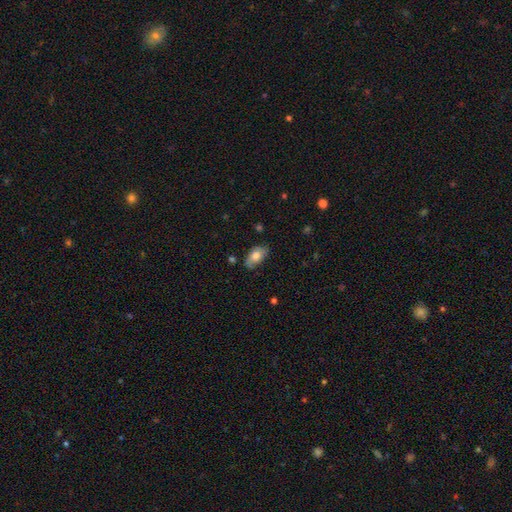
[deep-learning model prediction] Morphology: type=smooth (70%); roundness=in between (93%); merging=none (71%).